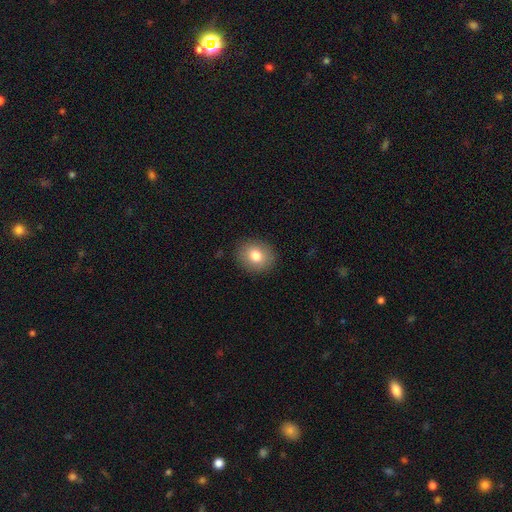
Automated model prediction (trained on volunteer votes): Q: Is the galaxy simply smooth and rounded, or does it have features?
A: smooth — 79%.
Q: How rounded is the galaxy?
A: round — 66%.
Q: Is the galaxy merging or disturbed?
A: none — 89%.